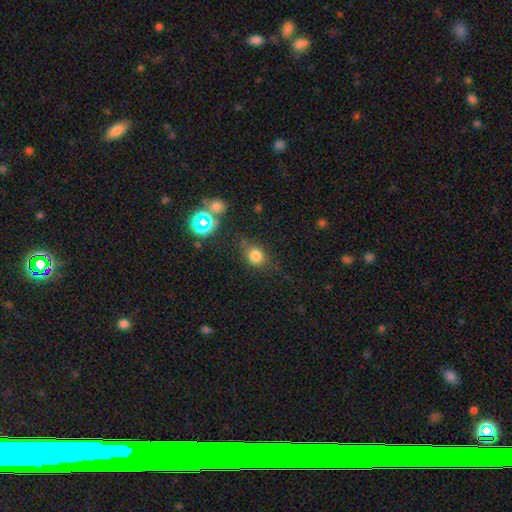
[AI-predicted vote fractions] The model was most divided on "how rounded": round: 70%, in between: 28%, cigar-shaped: 1%. More confident: smooth or featured — smooth (75%); merging — none (69%).